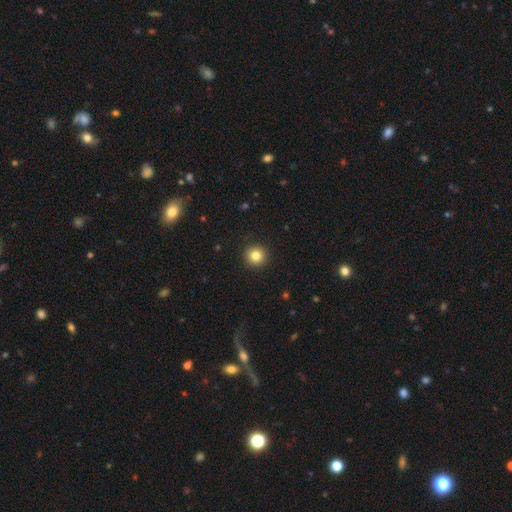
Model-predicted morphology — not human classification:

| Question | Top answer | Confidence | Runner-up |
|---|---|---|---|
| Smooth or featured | smooth | 82% | star or artifact (12%) |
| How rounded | round | 95% | in between (4%) |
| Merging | none | 93% | minor disturbance (5%) |